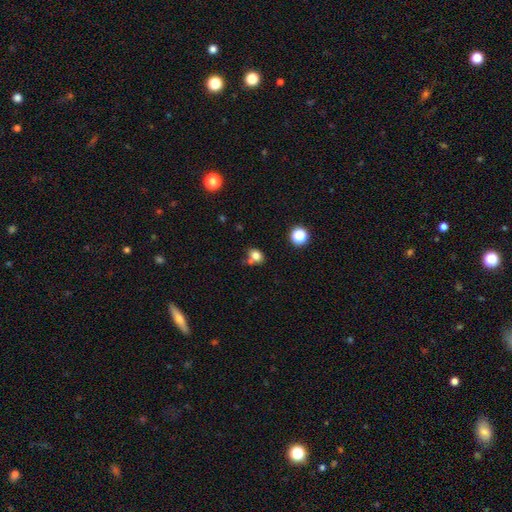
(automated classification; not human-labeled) This is likely a smooth galaxy (78%). How rounded: possibly in between (53%). Merging: possibly none (55%).